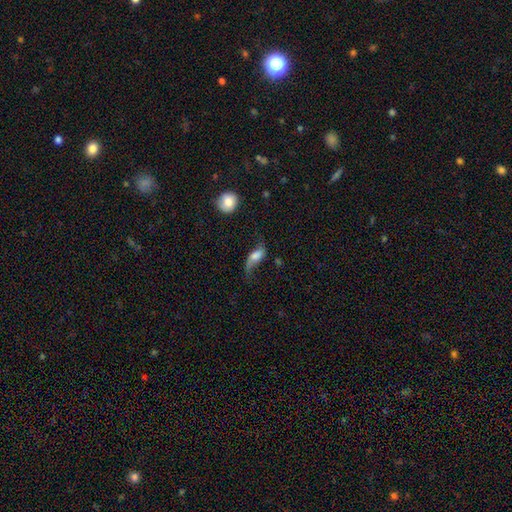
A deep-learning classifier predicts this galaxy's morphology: type=smooth (51%); roundness=in between (77%); merging=major disturbance (35%).